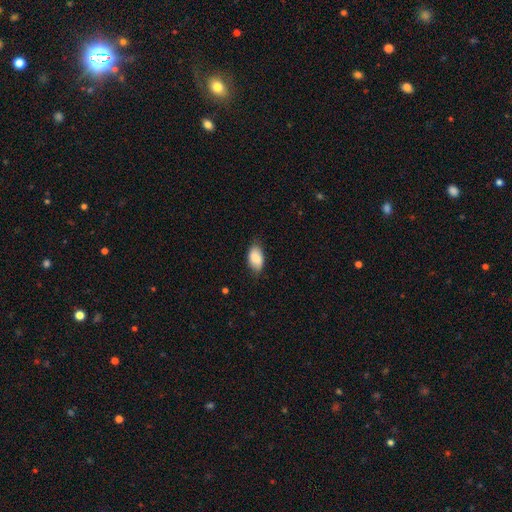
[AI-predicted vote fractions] Q: Smooth or featured?
A: smooth (85%); runner-up: featured or disk (9%)
Q: How rounded?
A: in between (94%); runner-up: round (4%)
Q: Merging?
A: none (74%); runner-up: minor disturbance (22%)